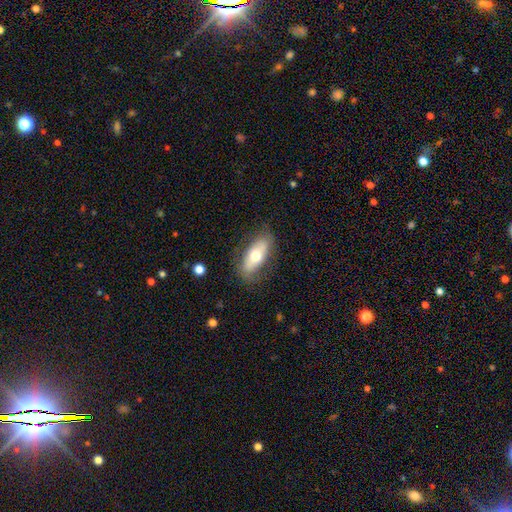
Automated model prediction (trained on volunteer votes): smooth 58%, featured or disk 36%, star or artifact 6%. Down the decision tree: how rounded — in between (81%); merging — none (77%).